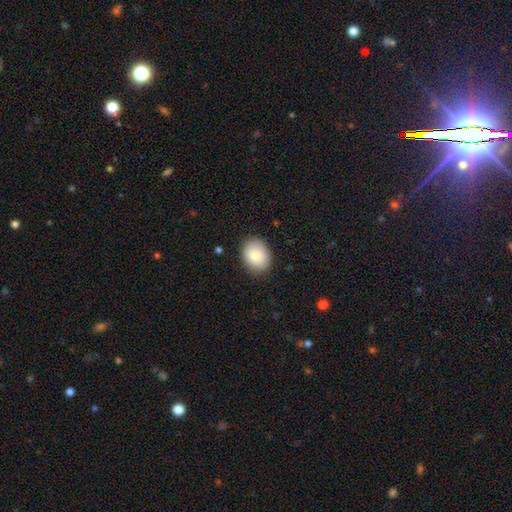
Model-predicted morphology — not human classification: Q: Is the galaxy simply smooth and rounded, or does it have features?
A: smooth — 78%.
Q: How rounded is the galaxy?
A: in between — 58%.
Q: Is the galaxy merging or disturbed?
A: none — 85%.